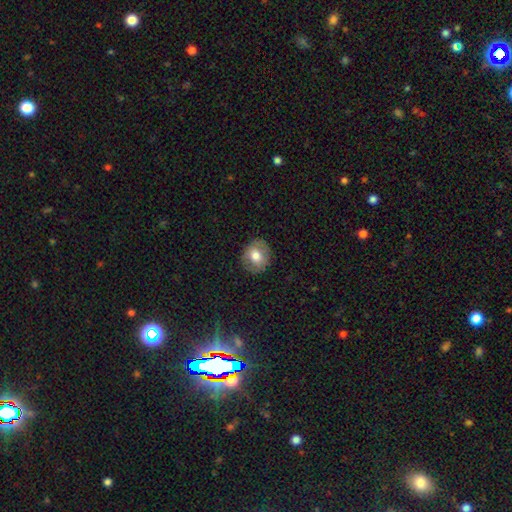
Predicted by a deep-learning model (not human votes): The model was most divided on "smooth or featured": smooth: 66%, featured or disk: 25%, star or artifact: 8%. More confident: merging — none (83%); how rounded — round (72%).